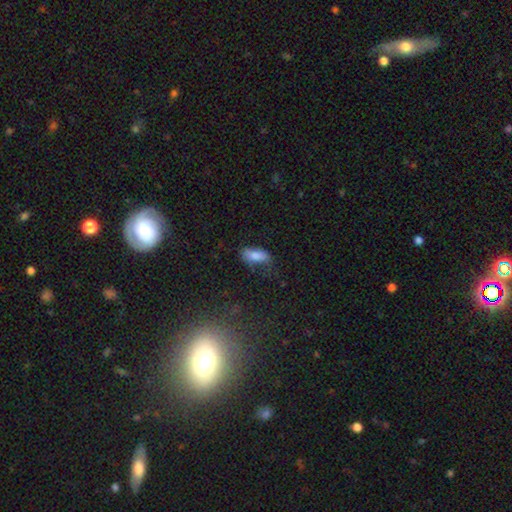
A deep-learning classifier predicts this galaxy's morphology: A smooth galaxy with no disk features (79%) that is in between round and cigar-shaped (86%). Merging: none (53%).